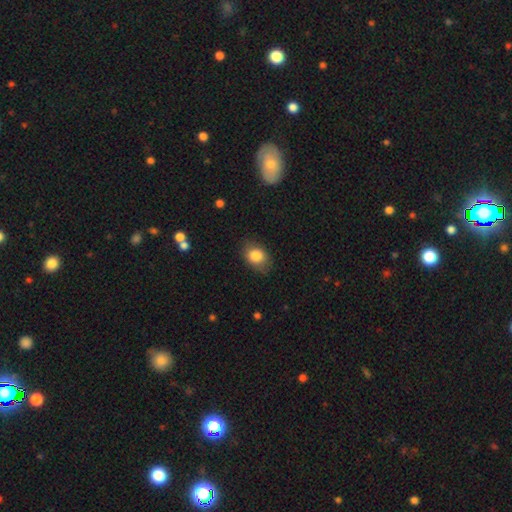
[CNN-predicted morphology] smooth_or_featured: smooth (p=0.84) [alt: featured or disk p=0.08]
how_rounded: in between (p=0.68) [alt: round p=0.31]
merging: none (p=0.77) [alt: minor disturbance p=0.18]